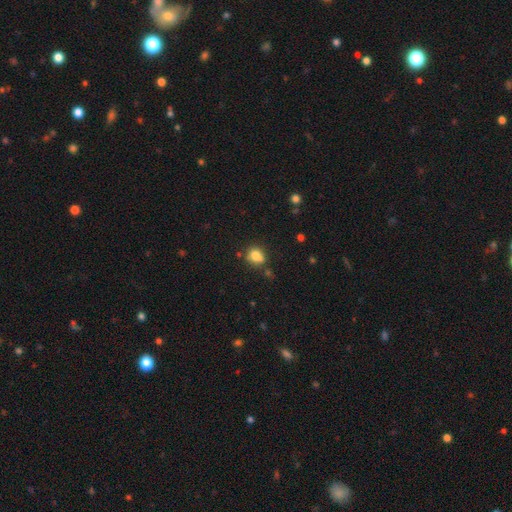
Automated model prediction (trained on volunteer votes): A smooth galaxy with no disk features (79%) that is round (63%).

Vote fractions:
- Smooth or featured? smooth: 79% / star or artifact: 11% / featured or disk: 10%
- How rounded? round: 63% / in between: 35% / cigar-shaped: 1%
- Merging? none: 59% / minor disturbance: 21% / merger: 15% / major disturbance: 6%